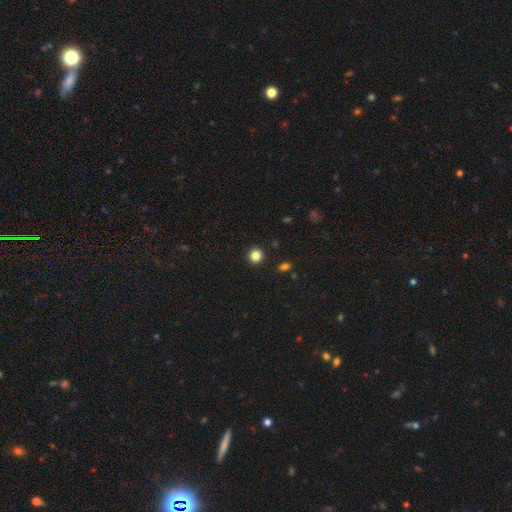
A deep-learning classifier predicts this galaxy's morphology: This is clearly a smooth galaxy (84%). How rounded: clearly round (93%). Merging: clearly none (93%).